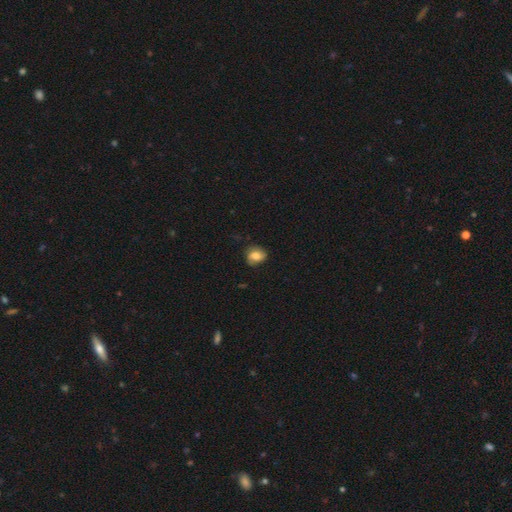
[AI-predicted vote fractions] A smooth galaxy with no disk features (64%) that is round (50%). Merging: none (69%).